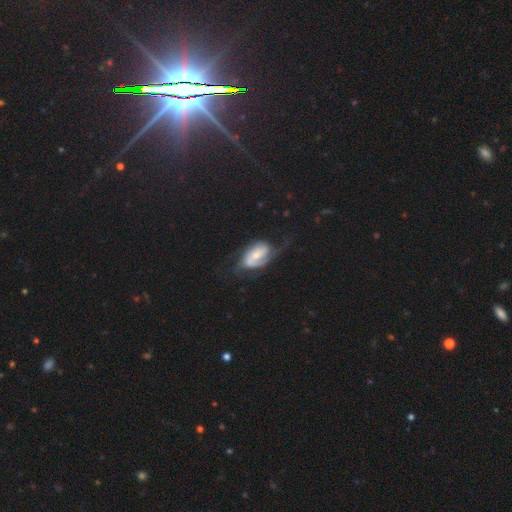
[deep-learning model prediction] featured or disk 69%, smooth 25%, star or artifact 7%. Down the decision tree: edge-on disk — no (96%); bar — no (47%); spiral arms — yes (88%); spiral arm count — 2 (62%); spiral winding — medium (41%); bulge size — small (51%); merging — none (45%).